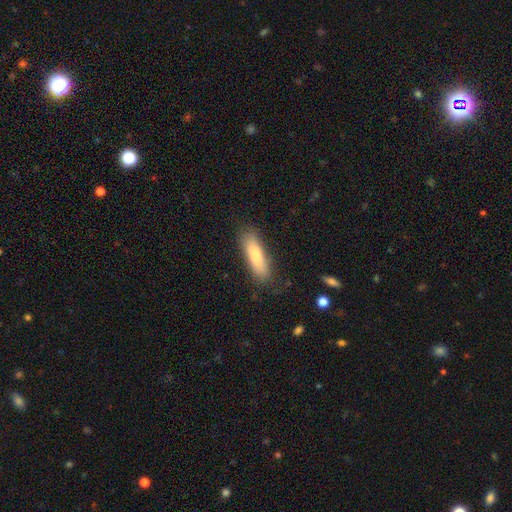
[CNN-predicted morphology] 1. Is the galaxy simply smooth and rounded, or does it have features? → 81% smooth, 13% featured or disk, 6% star or artifact.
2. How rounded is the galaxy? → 60% cigar-shaped, 38% in between, 2% round.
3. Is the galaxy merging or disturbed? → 80% none, 15% minor disturbance, 4% major disturbance, 1% merger.